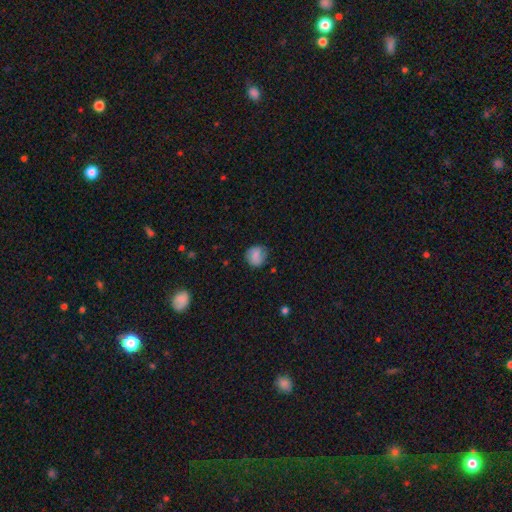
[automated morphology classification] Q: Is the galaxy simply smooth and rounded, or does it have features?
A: smooth — 79%.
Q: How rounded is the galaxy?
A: round — 82%.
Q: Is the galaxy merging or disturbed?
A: none — 75%.